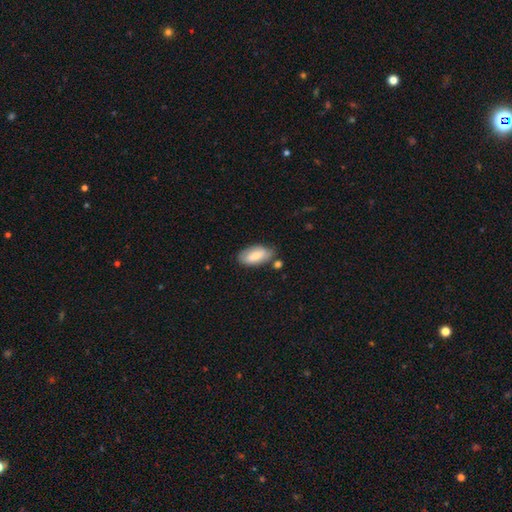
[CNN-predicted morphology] A smooth galaxy with no disk features (74%) that is in between round and cigar-shaped (92%). Merging: none (70%).